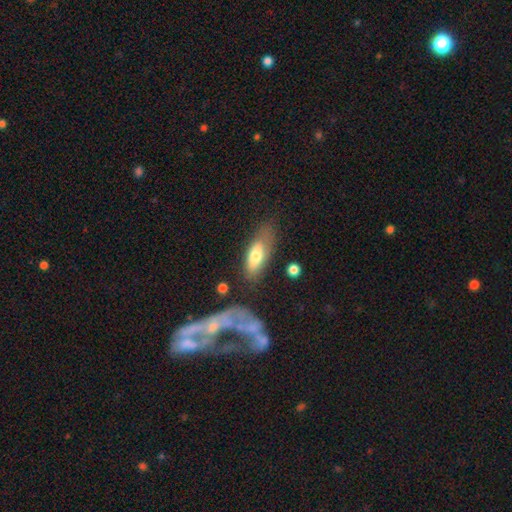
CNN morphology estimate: Q: Smooth or featured?
A: smooth (68%); runner-up: featured or disk (26%)
Q: How rounded?
A: in between (67%); runner-up: cigar-shaped (31%)
Q: Merging?
A: none (60%); runner-up: minor disturbance (24%)